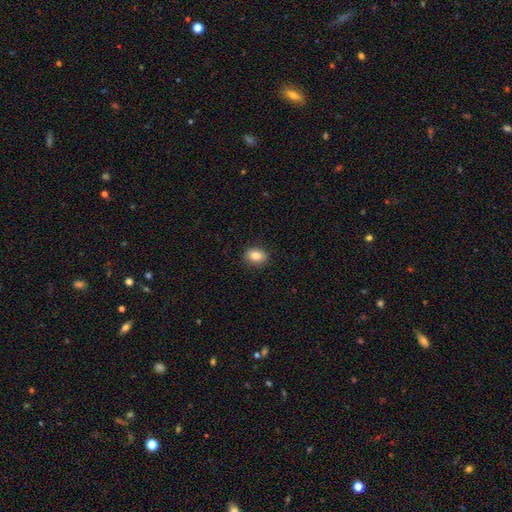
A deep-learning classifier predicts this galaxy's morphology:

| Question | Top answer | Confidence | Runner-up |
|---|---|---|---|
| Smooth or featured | smooth | 83% | star or artifact (9%) |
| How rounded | in between | 61% | round (37%) |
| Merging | none | 90% | minor disturbance (8%) |